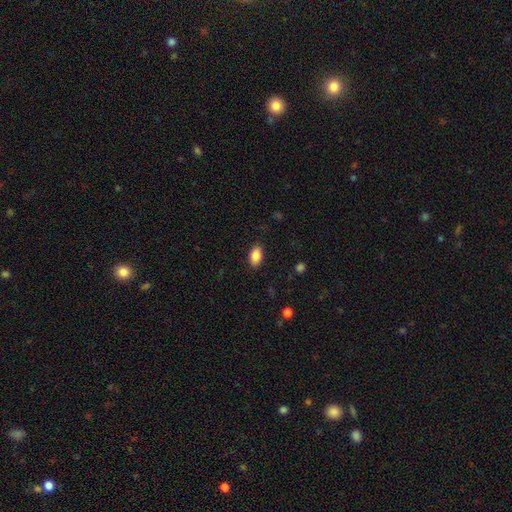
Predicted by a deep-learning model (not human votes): Q: Smooth or featured?
A: smooth (88%); runner-up: star or artifact (8%)
Q: How rounded?
A: in between (92%); runner-up: round (6%)
Q: Merging?
A: none (88%); runner-up: minor disturbance (9%)